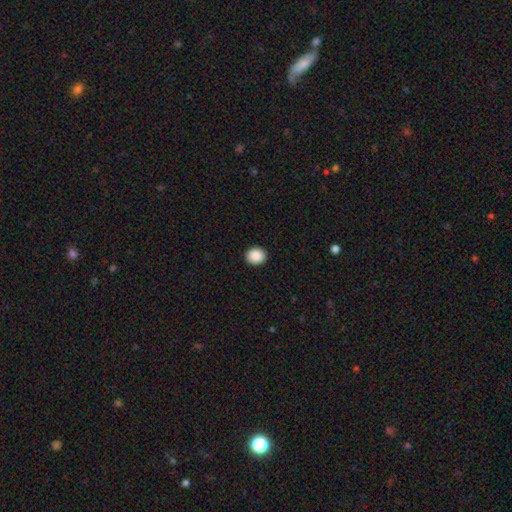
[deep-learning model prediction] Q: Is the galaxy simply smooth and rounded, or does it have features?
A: smooth — 89%.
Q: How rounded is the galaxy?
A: round — 70%.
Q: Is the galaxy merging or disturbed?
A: none — 92%.